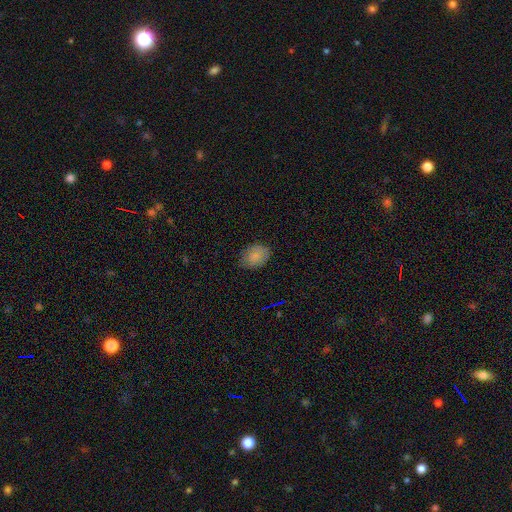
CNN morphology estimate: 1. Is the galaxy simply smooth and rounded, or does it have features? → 83% smooth, 9% star or artifact, 8% featured or disk.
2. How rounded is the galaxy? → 71% in between, 28% round, 1% cigar-shaped.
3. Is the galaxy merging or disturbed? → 75% none, 20% minor disturbance, 4% major disturbance, 1% merger.